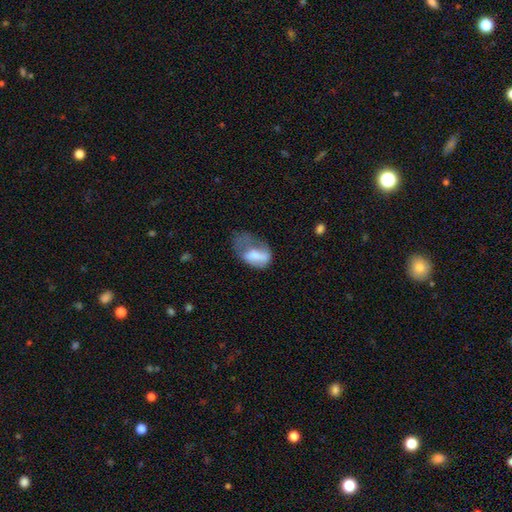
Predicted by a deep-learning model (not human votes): This appears to be a smooth galaxy with no disk features (63%) that is in between round and cigar-shaped (86%). Merging: major disturbance (55%).